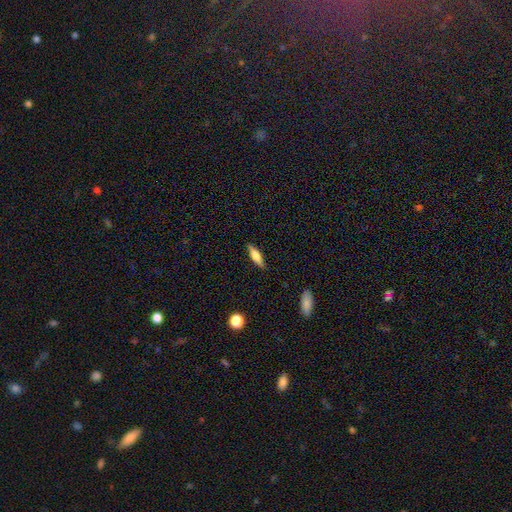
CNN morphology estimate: Smooth or featured?
  - smooth: 60% *
  - featured or disk: 33%
  - star or artifact: 7%
How rounded?
  - cigar-shaped: 61% *
  - in between: 37%
  - round: 2%
Merging?
  - none: 86% *
  - minor disturbance: 10%
  - major disturbance: 2%
  - merger: 1%